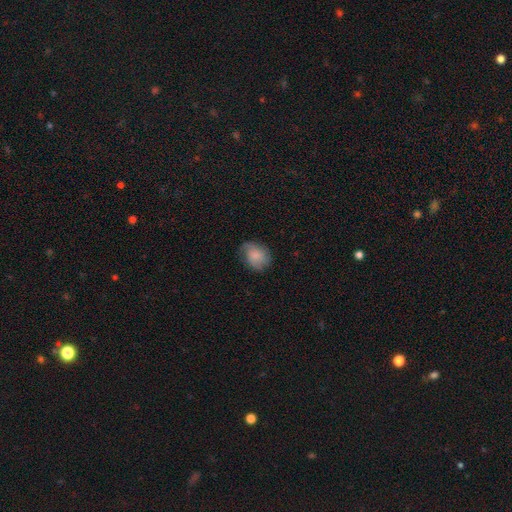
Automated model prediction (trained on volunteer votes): Smooth or featured: smooth — 64% (featured or disk — 28%)
How rounded: in between — 50% (round — 48%)
Merging: none — 63% (minor disturbance — 26%)